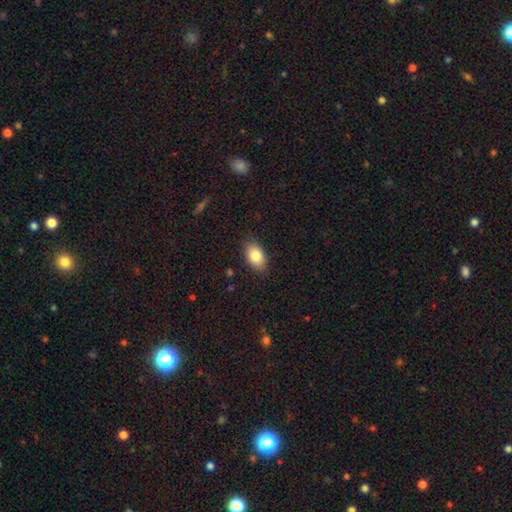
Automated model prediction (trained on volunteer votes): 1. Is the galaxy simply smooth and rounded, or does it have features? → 83% smooth, 9% featured or disk, 8% star or artifact.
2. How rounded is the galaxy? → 88% in between, 10% round, 2% cigar-shaped.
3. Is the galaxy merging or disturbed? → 85% none, 11% minor disturbance, 2% major disturbance, 1% merger.